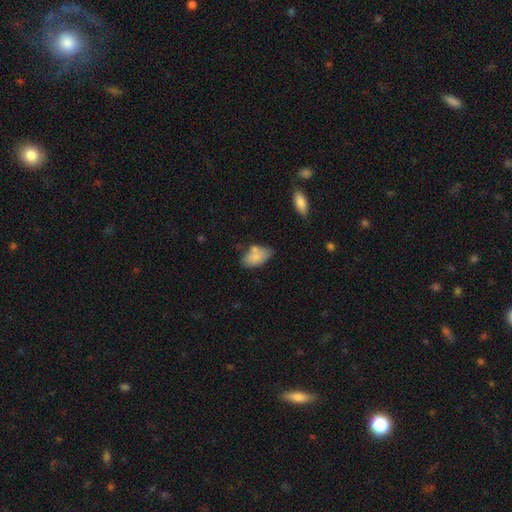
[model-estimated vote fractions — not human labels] Smooth or featured? Predicted: smooth (p=0.81). How rounded? Predicted: in between (p=0.93). Merging? Predicted: none (p=0.57).